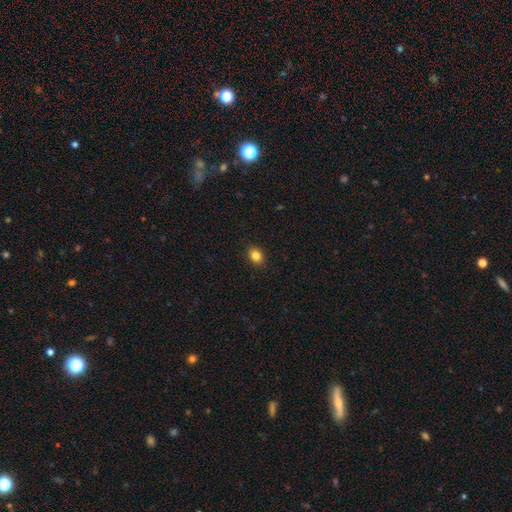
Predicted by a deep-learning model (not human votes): A smooth galaxy with no disk features (84%) that is in between round and cigar-shaped (52%). Merging: none (91%).